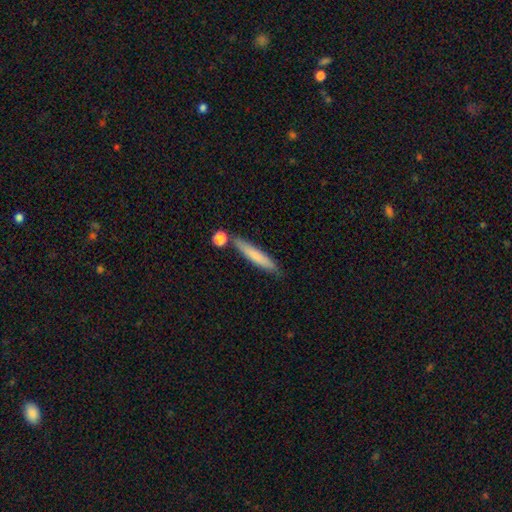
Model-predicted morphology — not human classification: Smooth or featured?
  - smooth: 73% *
  - featured or disk: 21%
  - star or artifact: 6%
How rounded?
  - cigar-shaped: 93% *
  - in between: 6%
  - round: 2%
Merging?
  - none: 76% *
  - minor disturbance: 13%
  - merger: 8%
  - major disturbance: 3%